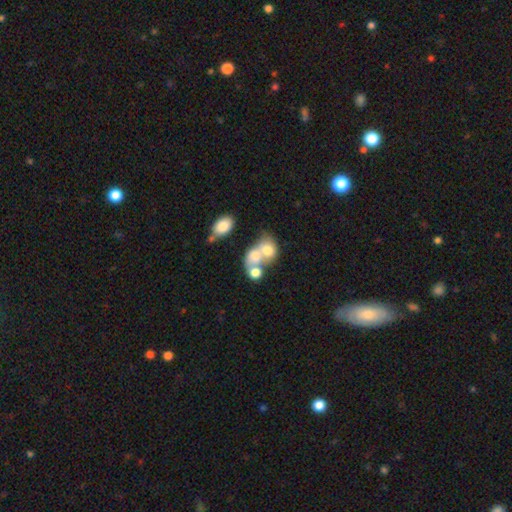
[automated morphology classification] This is likely a smooth galaxy (65%). How rounded: possibly in between (51%). Merging: likely merger (66%).